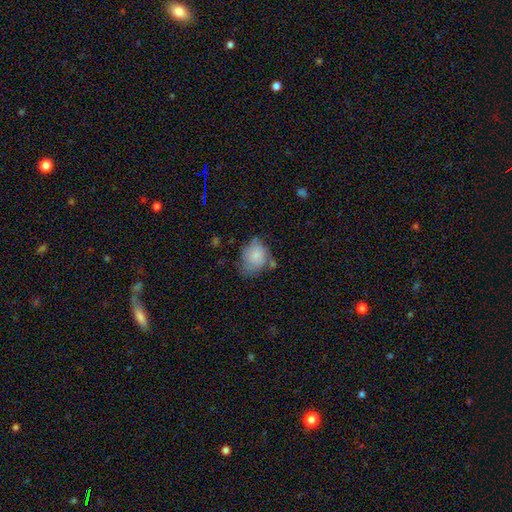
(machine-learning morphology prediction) smooth-or-featured: smooth: 73% | featured or disk: 19% | star or artifact: 8%
  how-rounded: in between: 55% | round: 44% | cigar-shaped: 1%
  merging: none: 39% | minor disturbance: 35% | major disturbance: 16% | merger: 10%